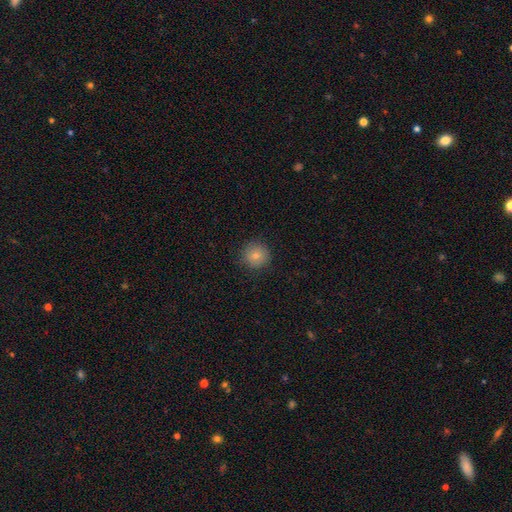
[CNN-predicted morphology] Smooth or featured: smooth — 80% (star or artifact — 11%)
How rounded: round — 94% (in between — 5%)
Merging: none — 87% (minor disturbance — 9%)